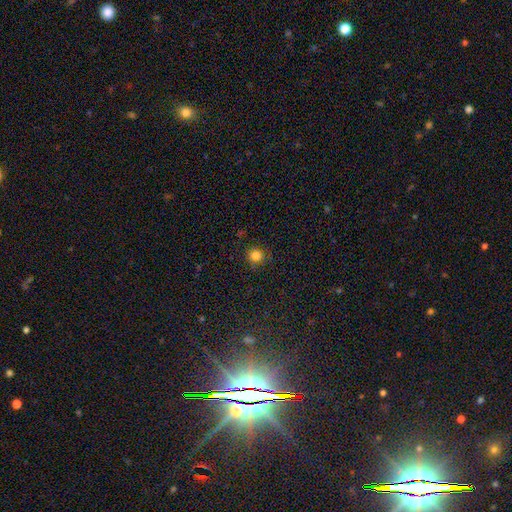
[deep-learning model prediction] The model was most divided on "smooth or featured": smooth: 83%, star or artifact: 13%, featured or disk: 4%. More confident: how rounded — round (94%); merging — none (88%).